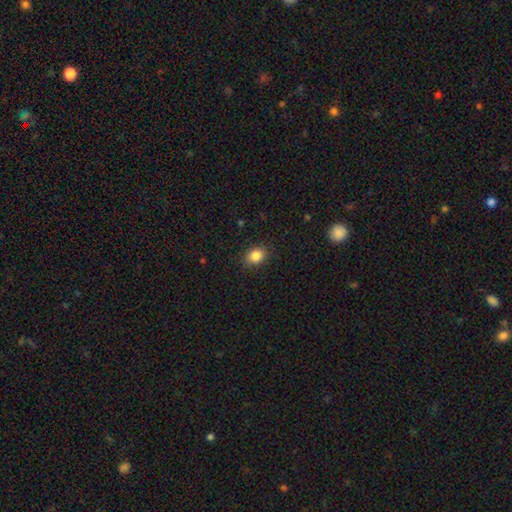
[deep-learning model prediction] Q: Smooth or featured?
A: smooth (86%); runner-up: star or artifact (10%)
Q: How rounded?
A: in between (51%); runner-up: round (48%)
Q: Merging?
A: none (87%); runner-up: minor disturbance (10%)